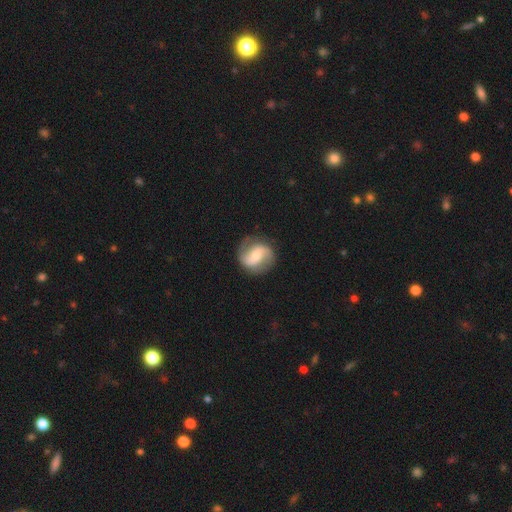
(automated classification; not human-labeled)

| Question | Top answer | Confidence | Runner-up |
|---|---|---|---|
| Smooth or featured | featured or disk | 78% | smooth (17%) |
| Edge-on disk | no | 98% | yes (2%) |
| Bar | weak | 43% | no (32%) |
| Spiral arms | yes | 94% | no (6%) |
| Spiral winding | medium | 45% | loose (37%) |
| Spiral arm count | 2 | 91% | can't tell (4%) |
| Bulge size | moderate | 52% | small (39%) |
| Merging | none | 83% | minor disturbance (12%) |